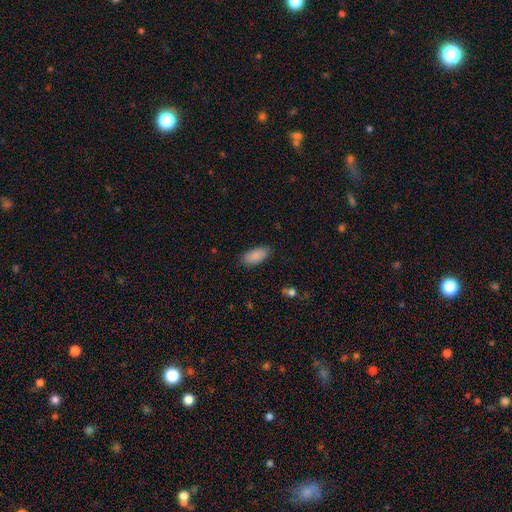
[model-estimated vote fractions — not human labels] smooth_or_featured: smooth (p=0.89) [alt: star or artifact p=0.07]
how_rounded: in between (p=0.90) [alt: cigar-shaped p=0.08]
merging: none (p=0.86) [alt: minor disturbance p=0.11]